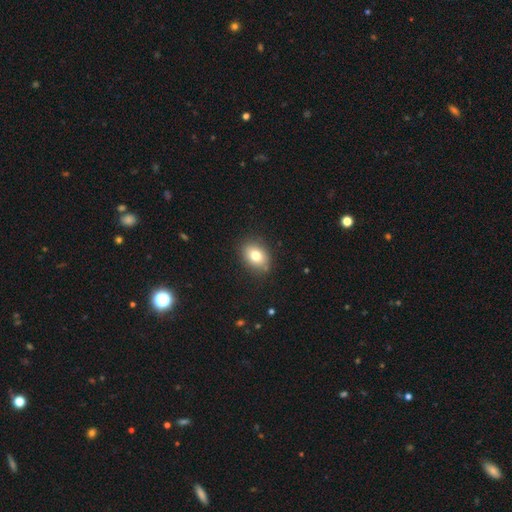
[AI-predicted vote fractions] This appears to be a smooth galaxy with no disk features (79%) that is in between round and cigar-shaped (67%). Merging: none (85%).